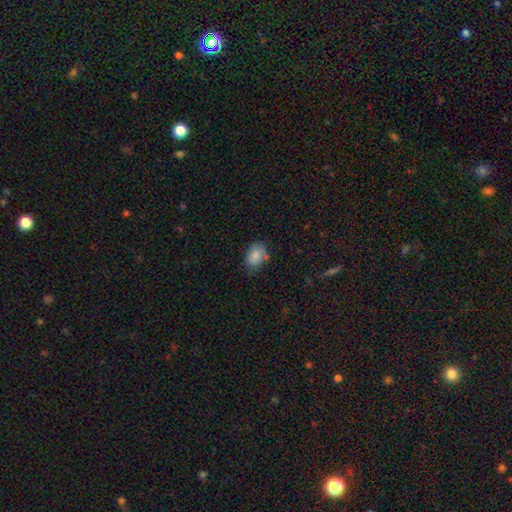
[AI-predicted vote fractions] Smooth or featured? smooth (84%)
How rounded? in between (71%)
Merging? none (65%)